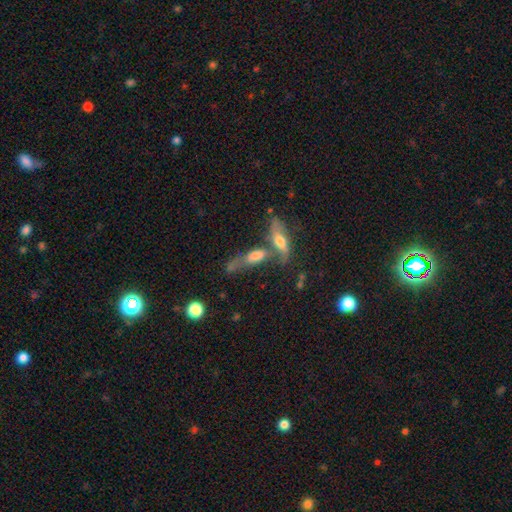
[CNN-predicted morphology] A smooth galaxy with no disk features (54%) that is in between round and cigar-shaped (54%). Merging: merger (53%).